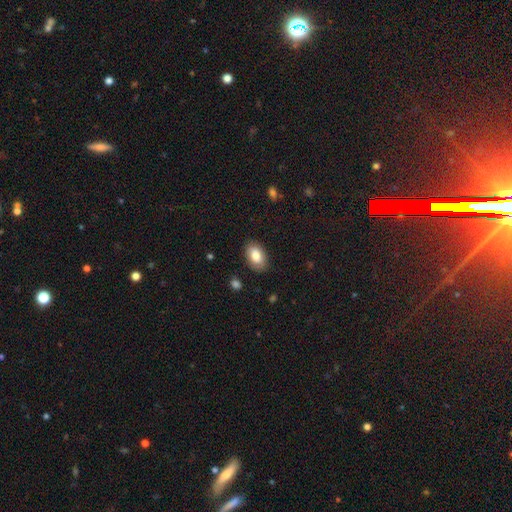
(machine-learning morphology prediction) smooth_or_featured: smooth (p=0.82) [alt: featured or disk p=0.11]
how_rounded: in between (p=0.92) [alt: round p=0.07]
merging: none (p=0.86) [alt: minor disturbance p=0.11]